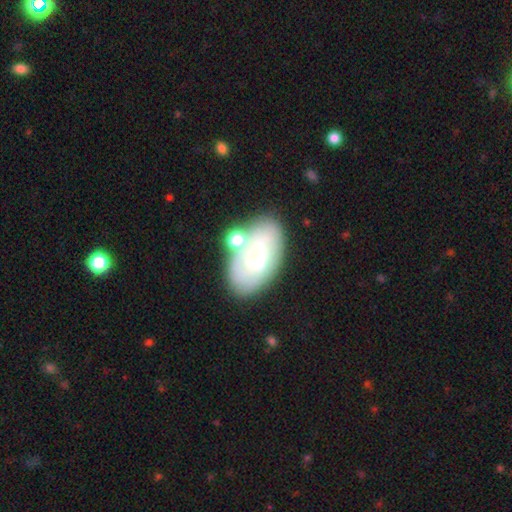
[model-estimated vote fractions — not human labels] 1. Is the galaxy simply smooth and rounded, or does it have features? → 55% featured or disk, 37% smooth, 8% star or artifact.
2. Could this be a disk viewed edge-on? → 95% no, 5% yes.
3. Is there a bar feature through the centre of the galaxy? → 76% no, 19% weak, 4% strong.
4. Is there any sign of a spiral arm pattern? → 67% yes, 33% no.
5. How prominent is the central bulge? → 64% small, 30% moderate, 3% large, 2% none, 1% dominant.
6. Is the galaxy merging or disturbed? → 63% none, 16% minor disturbance, 15% merger, 6% major disturbance.